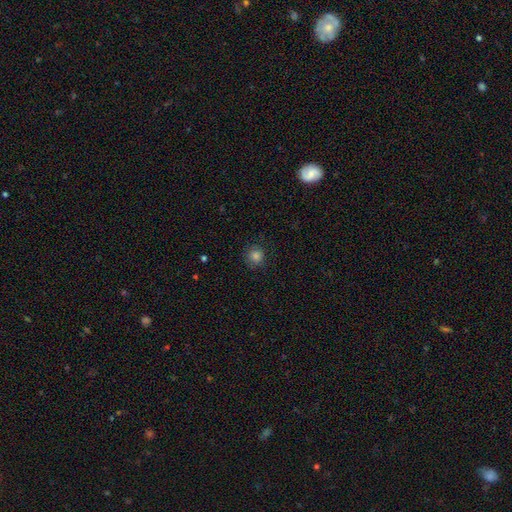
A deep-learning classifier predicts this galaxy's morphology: This appears to be a smooth galaxy with no disk features (81%) that is round (92%). Merging: none (86%).